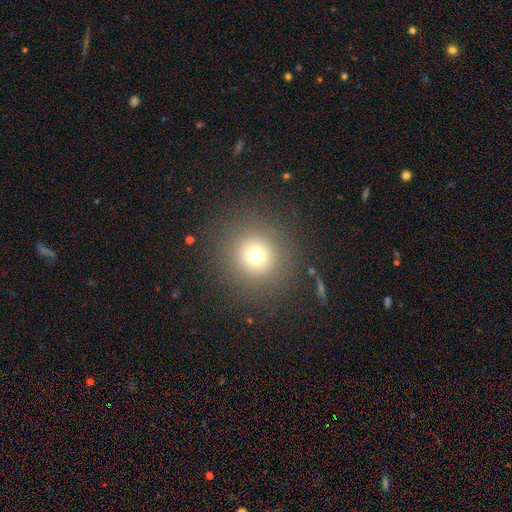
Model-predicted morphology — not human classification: Smooth or featured: smooth — 71% (star or artifact — 19%)
How rounded: round — 94% (in between — 6%)
Merging: none — 88% (minor disturbance — 6%)